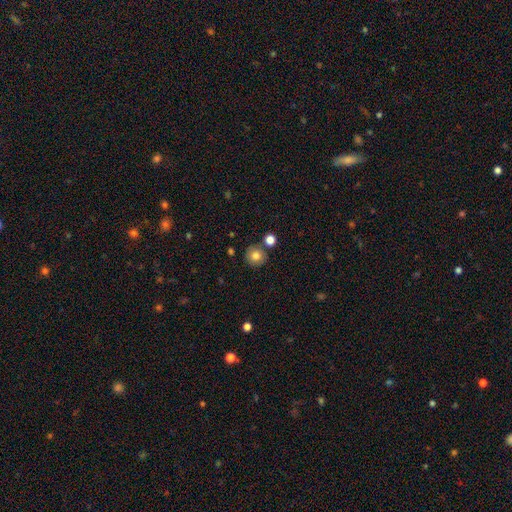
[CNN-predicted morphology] This is likely a smooth galaxy (80%). How rounded: clearly round (92%). Merging: clearly none (81%).